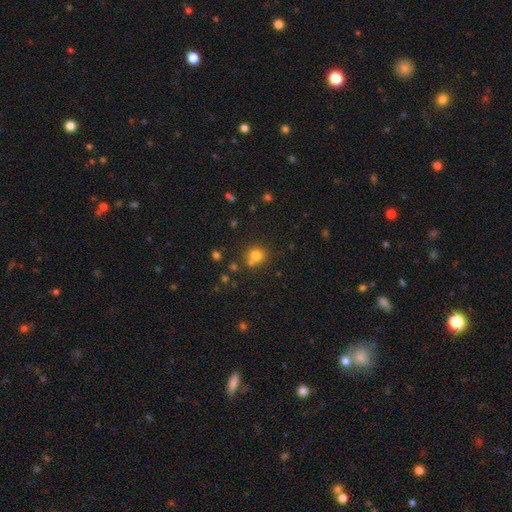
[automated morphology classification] Smooth or featured: smooth — 76% (star or artifact — 15%)
How rounded: round — 86% (in between — 13%)
Merging: none — 61% (merger — 26%)